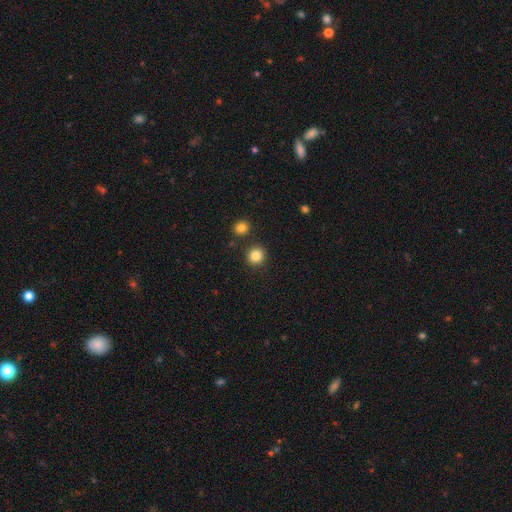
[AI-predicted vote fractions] This appears to be a smooth galaxy with no disk features (84%) that is round (91%). Merging: none (88%).